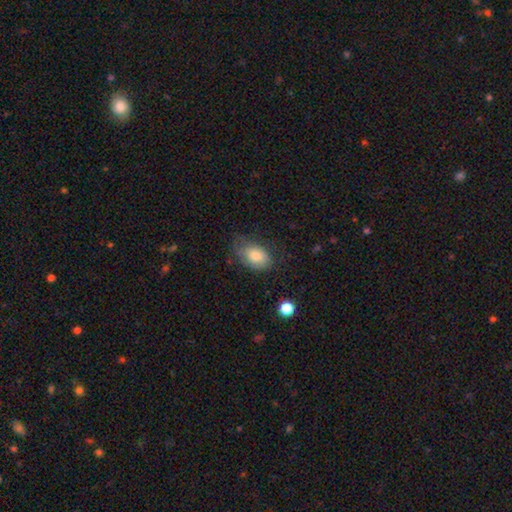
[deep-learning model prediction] This appears to be a smooth galaxy with no disk features (80%) that is in between round and cigar-shaped (87%). Merging: none (57%).